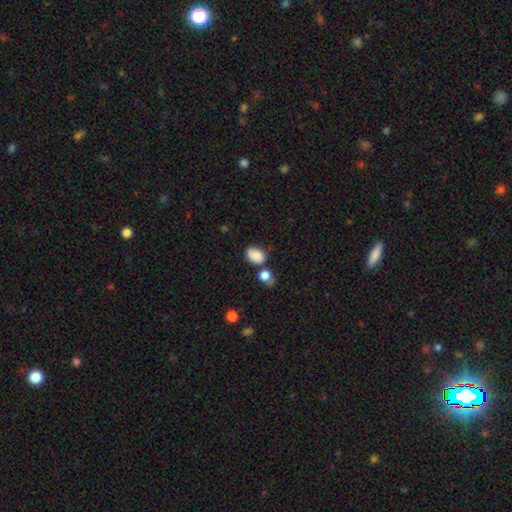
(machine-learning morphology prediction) This is clearly a smooth galaxy (85%). How rounded: likely in between (79%). Merging: possibly none (60%).